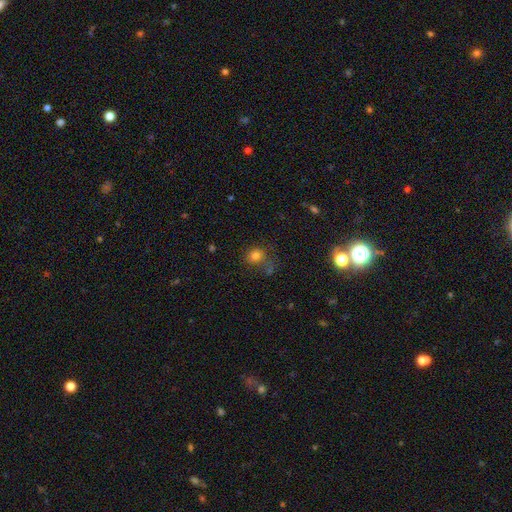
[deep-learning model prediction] Smooth or featured: smooth — 77% (star or artifact — 15%)
How rounded: round — 77% (in between — 22%)
Merging: none — 62% (minor disturbance — 16%)